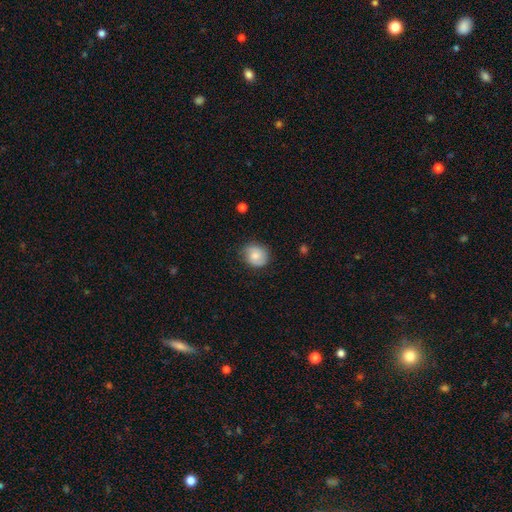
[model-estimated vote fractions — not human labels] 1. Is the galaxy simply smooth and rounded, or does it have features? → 74% smooth, 18% featured or disk, 8% star or artifact.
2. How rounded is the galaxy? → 73% round, 26% in between, 1% cigar-shaped.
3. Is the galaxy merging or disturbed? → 75% none, 19% minor disturbance, 4% major disturbance, 1% merger.